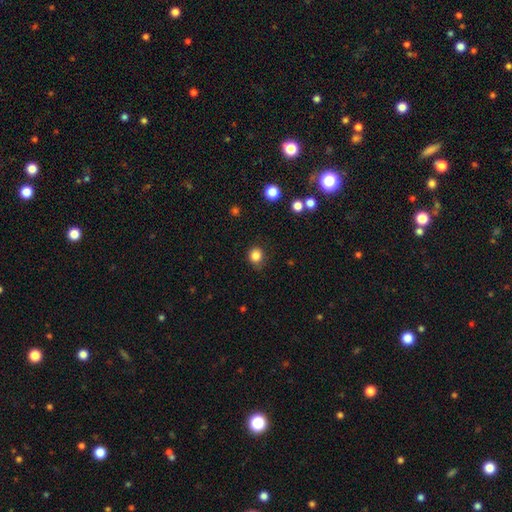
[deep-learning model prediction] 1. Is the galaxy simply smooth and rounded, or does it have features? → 84% smooth, 12% star or artifact, 4% featured or disk.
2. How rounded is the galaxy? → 82% round, 17% in between, 1% cigar-shaped.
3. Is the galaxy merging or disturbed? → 83% none, 12% minor disturbance, 3% major disturbance, 1% merger.